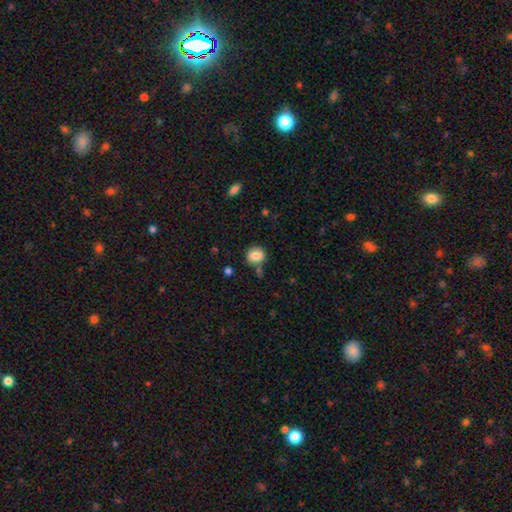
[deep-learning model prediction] This appears to be a smooth galaxy with no disk features (83%) that is round (75%). Merging: none (75%).